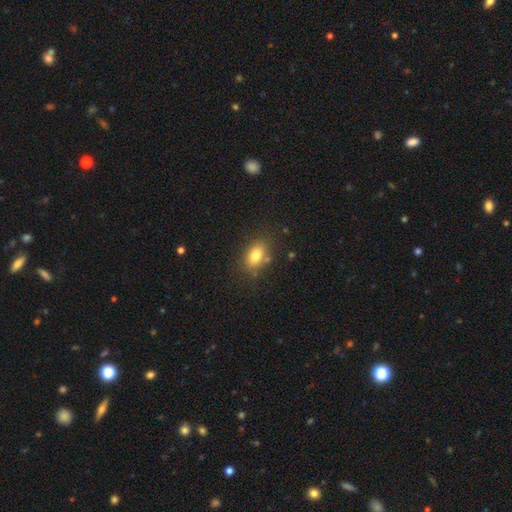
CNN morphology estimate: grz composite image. It shows a smooth galaxy with no disk features (80%) that is in between round and cigar-shaped (79%). Merging: none (78%).